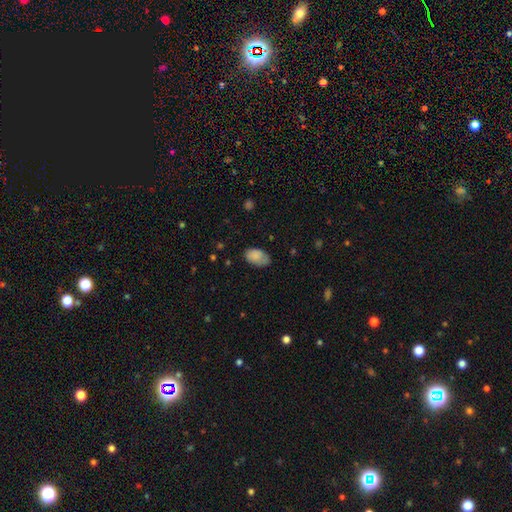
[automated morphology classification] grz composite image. It shows a smooth galaxy with no disk features (84%) that is in between round and cigar-shaped (92%). Merging: none (66%).